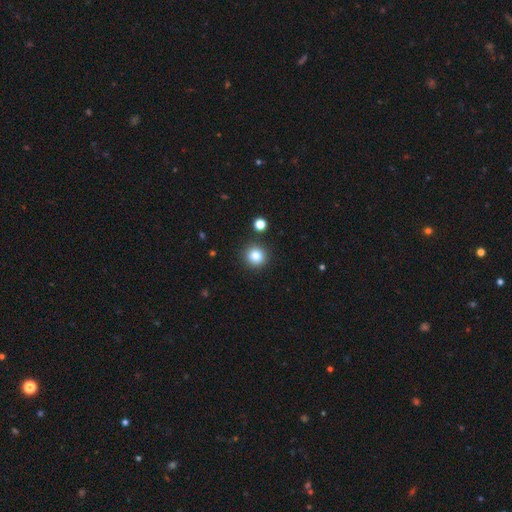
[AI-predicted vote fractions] A smooth galaxy with no disk features (82%) that is round (93%). Merging: none (89%).